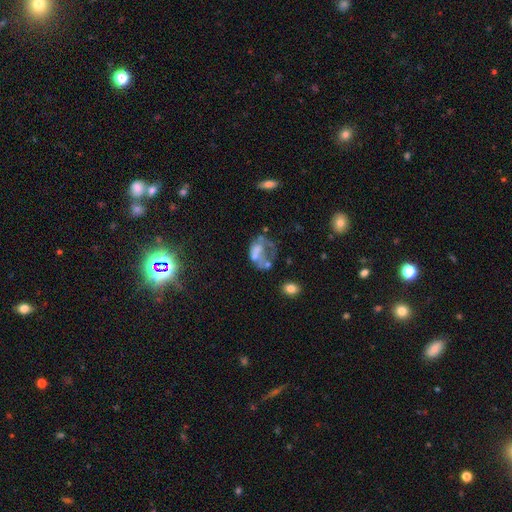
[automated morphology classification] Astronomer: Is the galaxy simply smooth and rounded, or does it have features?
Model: featured or disk — 50% (runner-up: smooth, 34%).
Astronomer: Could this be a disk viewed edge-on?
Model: no — 97%.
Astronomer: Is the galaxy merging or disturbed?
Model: major disturbance — 36% (runner-up: none, 24%).